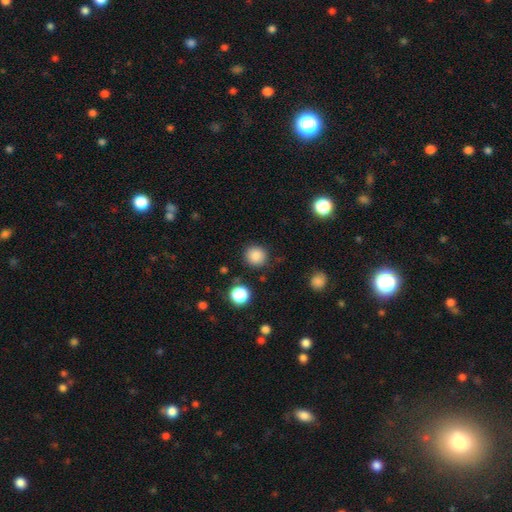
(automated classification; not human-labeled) The model was most divided on "smooth or featured": smooth: 85%, star or artifact: 11%, featured or disk: 4%. More confident: how rounded — round (92%); merging — none (88%).